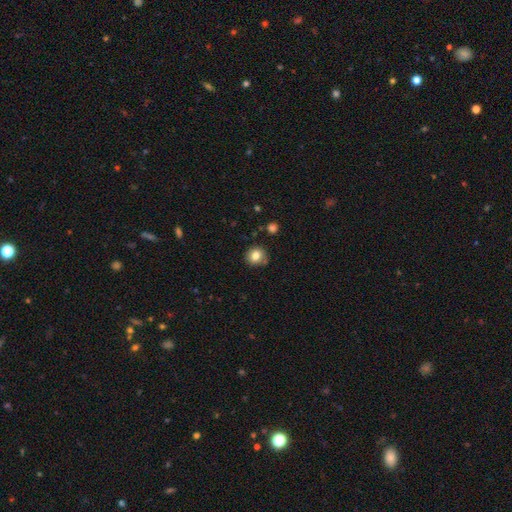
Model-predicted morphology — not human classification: smooth 80%, star or artifact 11%, featured or disk 9%. Down the decision tree: how rounded — round (85%); merging — none (82%).